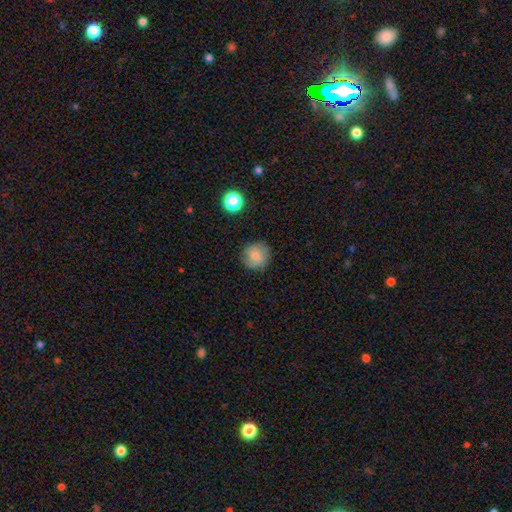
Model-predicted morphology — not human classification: Smooth or featured? Predicted: smooth (p=0.78). How rounded? Predicted: round (p=0.90). Merging? Predicted: none (p=0.84).